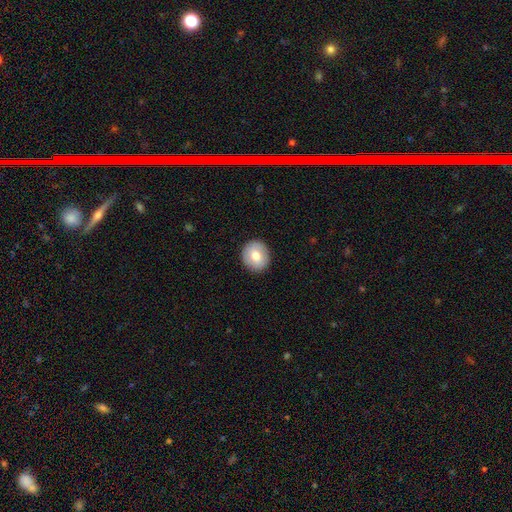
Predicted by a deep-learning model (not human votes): Smooth or featured?
  - smooth: 73% *
  - featured or disk: 20%
  - star or artifact: 7%
How rounded?
  - round: 81% *
  - in between: 18%
  - cigar-shaped: 1%
Merging?
  - none: 90% *
  - minor disturbance: 7%
  - major disturbance: 2%
  - merger: 1%